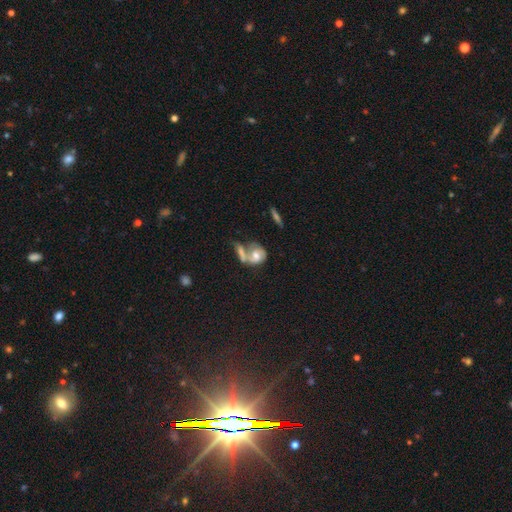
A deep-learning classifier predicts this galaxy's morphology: Smooth or featured? Predicted: smooth (p=0.53). How rounded? Predicted: in between (p=0.54). Merging? Predicted: merger (p=0.52).